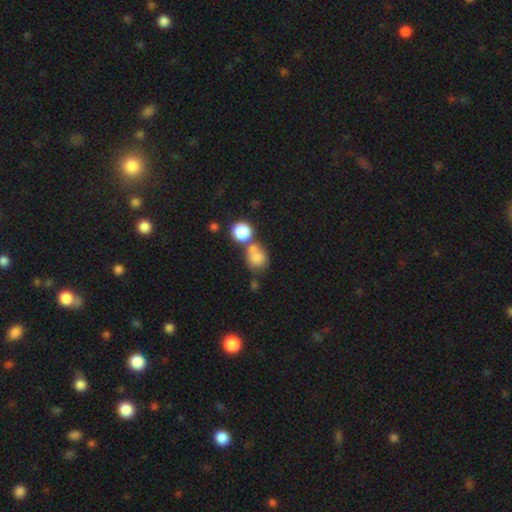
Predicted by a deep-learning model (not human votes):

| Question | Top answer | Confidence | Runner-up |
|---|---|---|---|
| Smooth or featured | smooth | 77% | featured or disk (12%) |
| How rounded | round | 71% | in between (28%) |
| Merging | merger | 46% | none (36%) |